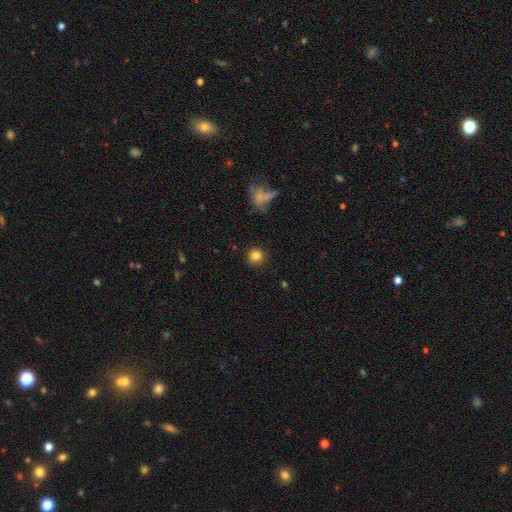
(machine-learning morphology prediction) This appears to be a smooth galaxy with no disk features (82%) that is round (93%). Merging: none (88%).